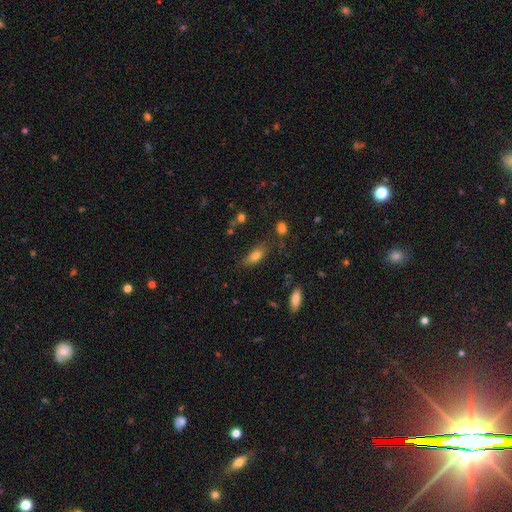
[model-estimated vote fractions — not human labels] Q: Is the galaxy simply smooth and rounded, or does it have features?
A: smooth — 77%.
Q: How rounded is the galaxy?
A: in between — 76%.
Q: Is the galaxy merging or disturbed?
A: none — 72%.